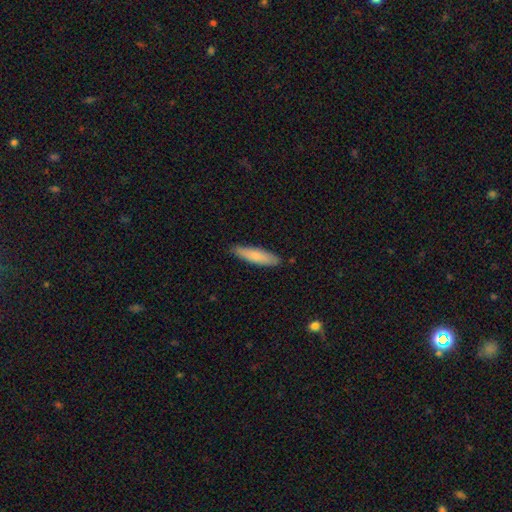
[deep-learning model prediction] This appears to be a smooth galaxy with no disk features (76%) that is cigar-shaped (74%). Merging: none (85%).